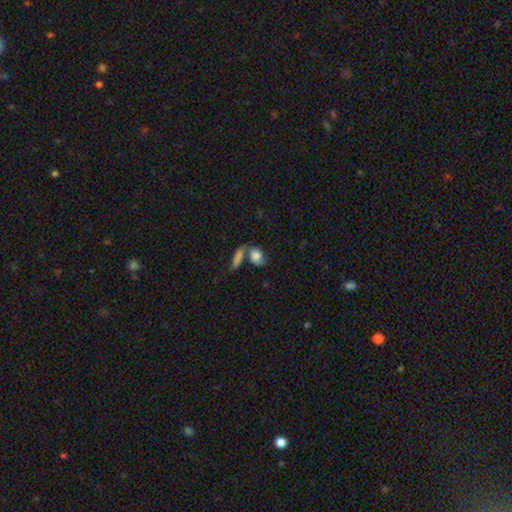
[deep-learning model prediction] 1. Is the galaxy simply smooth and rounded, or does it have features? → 75% smooth, 18% featured or disk, 8% star or artifact.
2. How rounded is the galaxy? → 71% in between, 24% round, 6% cigar-shaped.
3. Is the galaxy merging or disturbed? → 41% merger, 38% none, 14% minor disturbance, 8% major disturbance.